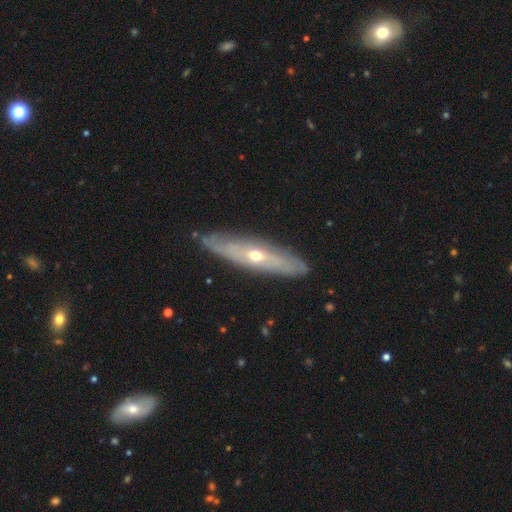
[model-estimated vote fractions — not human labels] This is likely a featured or disk galaxy (69%). It is possibly viewed edge-on (50%, tied with no). Merging: clearly none (83%).